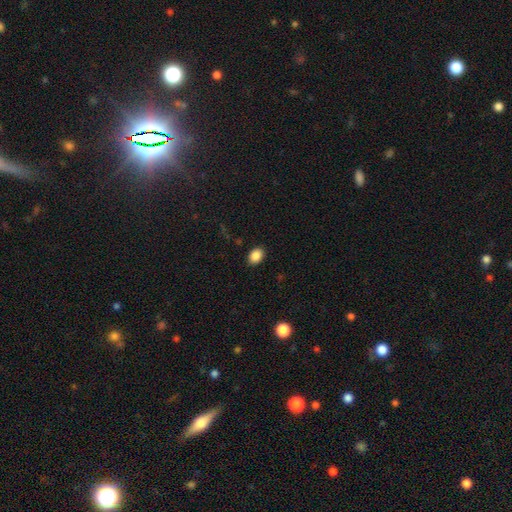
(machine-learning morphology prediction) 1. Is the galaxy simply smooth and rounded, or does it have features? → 88% smooth, 9% star or artifact, 3% featured or disk.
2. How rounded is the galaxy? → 70% in between, 29% round, 1% cigar-shaped.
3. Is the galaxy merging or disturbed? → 89% none, 8% minor disturbance, 2% major disturbance, 1% merger.